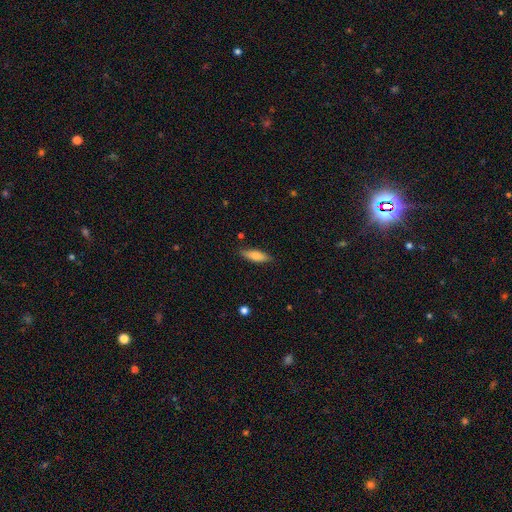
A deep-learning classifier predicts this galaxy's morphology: Q: Smooth or featured?
A: smooth (68%); runner-up: featured or disk (25%)
Q: How rounded?
A: cigar-shaped (57%); runner-up: in between (40%)
Q: Merging?
A: none (86%); runner-up: minor disturbance (11%)